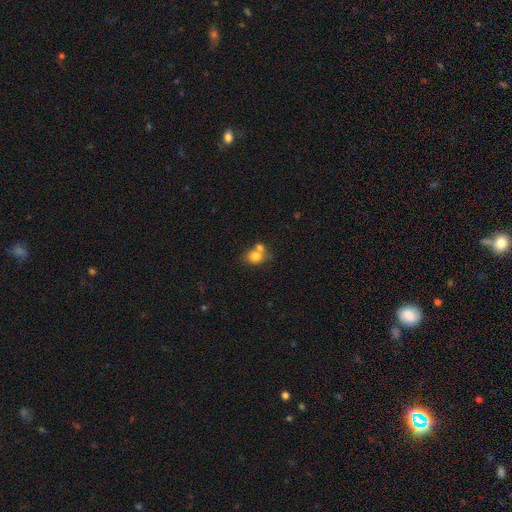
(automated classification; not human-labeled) Q: Smooth or featured?
A: smooth (79%); runner-up: featured or disk (11%)
Q: How rounded?
A: round (68%); runner-up: in between (31%)
Q: Merging?
A: merger (46%); runner-up: none (40%)